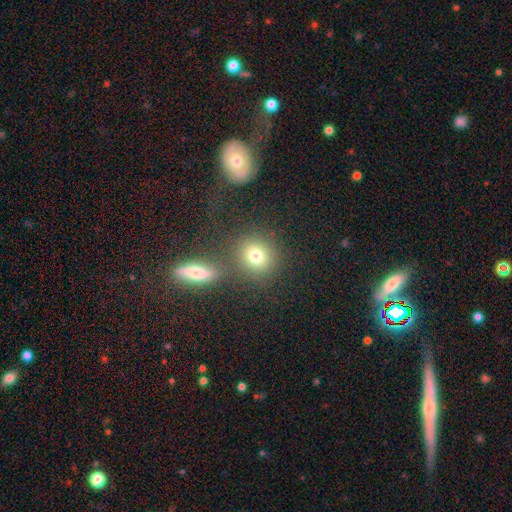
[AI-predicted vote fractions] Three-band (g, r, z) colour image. It shows a smooth galaxy with no disk features (77%) that is round (81%). Merging: none (70%).